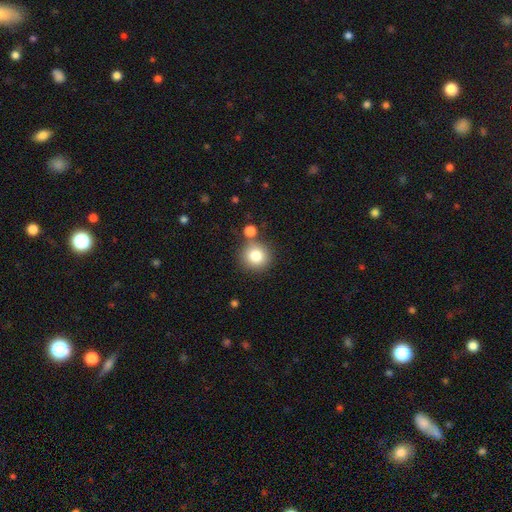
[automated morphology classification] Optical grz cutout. It shows a smooth galaxy with no disk features (81%) that is round (90%). Merging: none (73%).